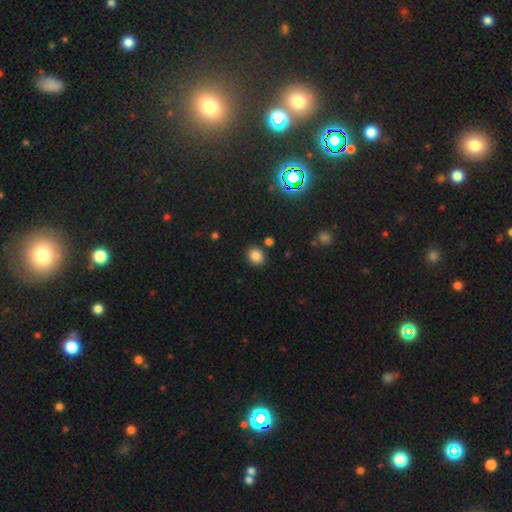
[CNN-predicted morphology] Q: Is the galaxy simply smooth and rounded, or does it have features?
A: smooth — 83%.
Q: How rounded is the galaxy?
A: round — 58%.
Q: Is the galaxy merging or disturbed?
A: none — 84%.